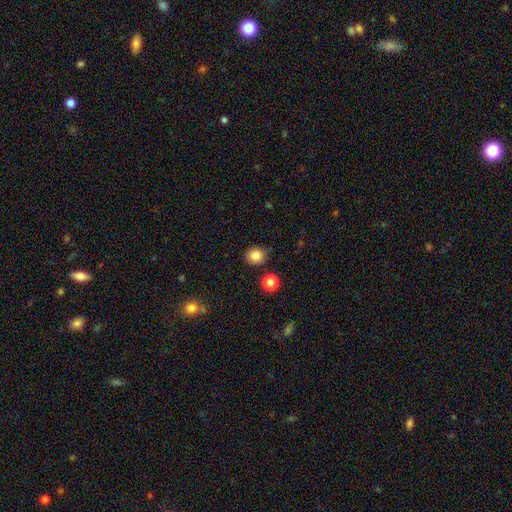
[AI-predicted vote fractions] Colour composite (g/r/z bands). It shows a smooth galaxy with no disk features (84%) that is round (88%). Merging: none (84%).